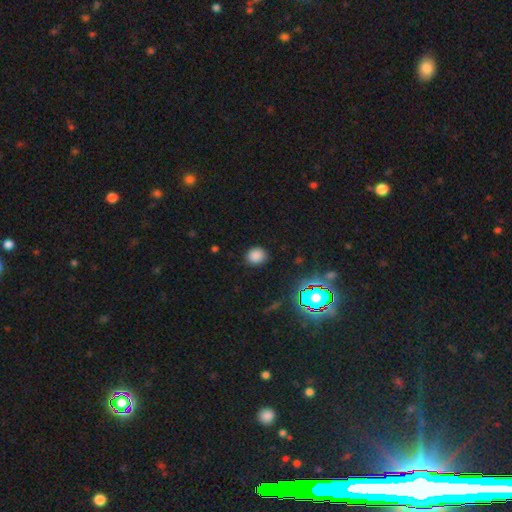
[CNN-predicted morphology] Overall: smooth (79%). How rounded: round (72%). Merging: none (86%).